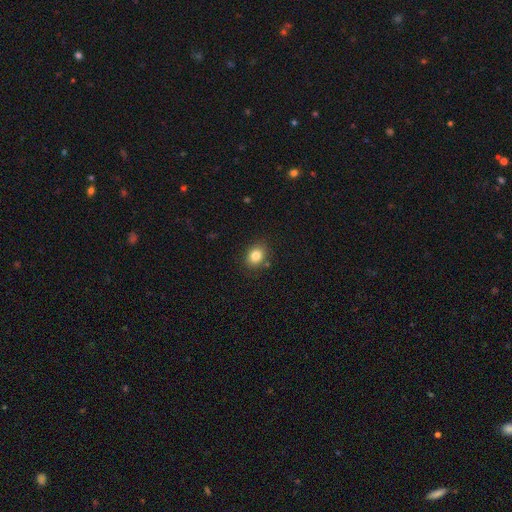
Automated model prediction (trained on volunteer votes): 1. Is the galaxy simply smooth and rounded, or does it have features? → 83% smooth, 10% star or artifact, 7% featured or disk.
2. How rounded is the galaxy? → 51% in between, 48% round, 1% cigar-shaped.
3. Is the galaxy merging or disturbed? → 83% none, 11% minor disturbance, 3% merger, 3% major disturbance.